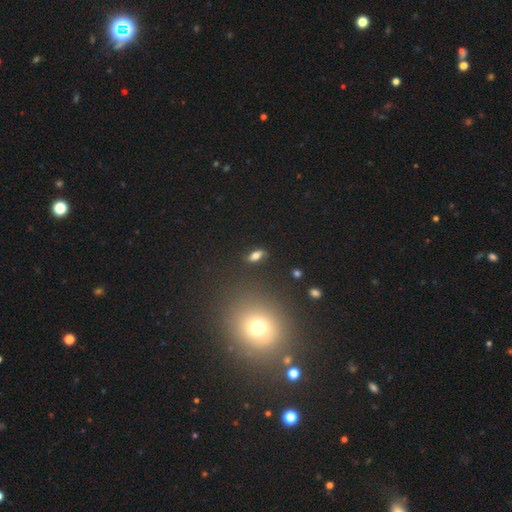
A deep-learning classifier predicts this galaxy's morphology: smooth_or_featured: smooth (p=0.73) [alt: featured or disk p=0.14]
how_rounded: in between (p=0.80) [alt: cigar-shaped p=0.12]
merging: none (p=0.83) [alt: minor disturbance p=0.10]